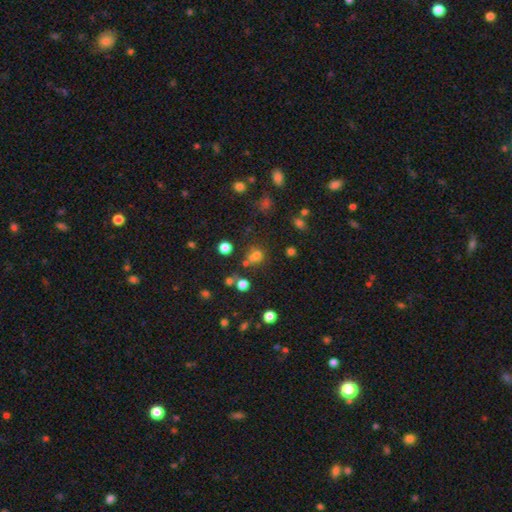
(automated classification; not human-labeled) Smooth or featured?
  - smooth: 62% *
  - star or artifact: 27%
  - featured or disk: 11%
How rounded?
  - round: 80% *
  - in between: 19%
  - cigar-shaped: 1%
Merging?
  - none: 52% *
  - merger: 32%
  - minor disturbance: 10%
  - major disturbance: 6%